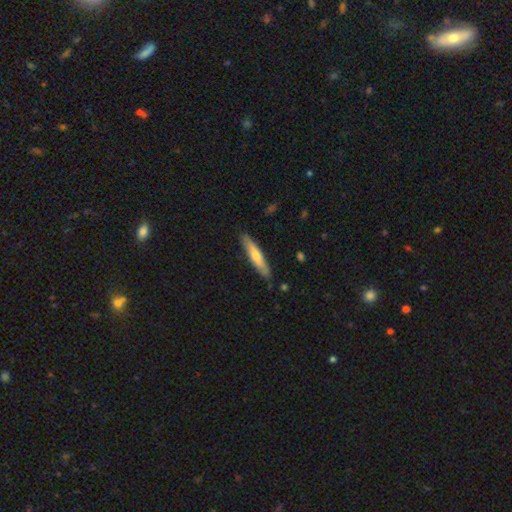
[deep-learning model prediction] The model was most divided on "smooth or featured": smooth: 56%, featured or disk: 39%, star or artifact: 5%. More confident: merging — none (87%); how rounded — cigar-shaped (86%).